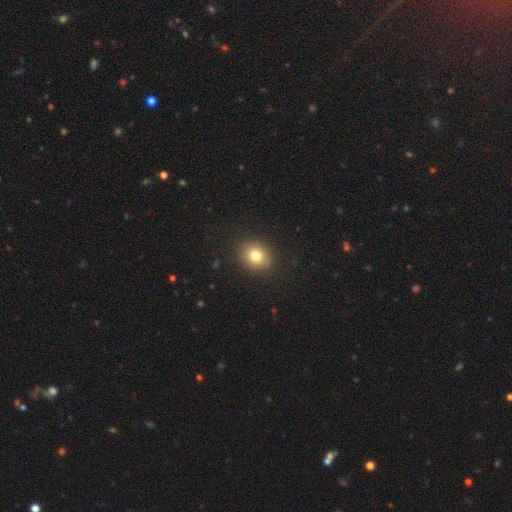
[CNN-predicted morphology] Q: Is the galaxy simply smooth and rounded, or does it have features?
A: smooth — 79%.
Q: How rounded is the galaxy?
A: round — 67%.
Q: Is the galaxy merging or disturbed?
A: none — 88%.